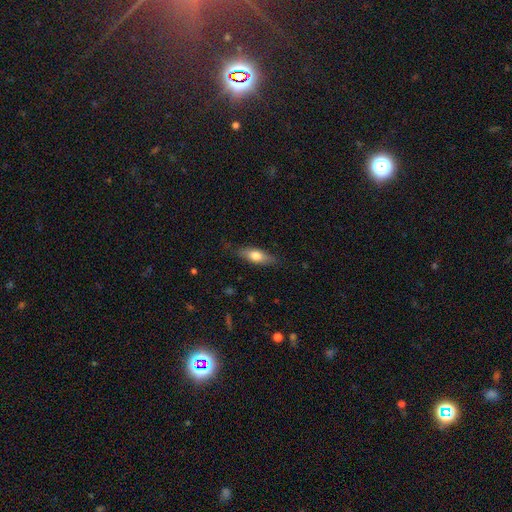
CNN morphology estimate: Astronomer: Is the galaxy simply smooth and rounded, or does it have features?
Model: smooth — 67%.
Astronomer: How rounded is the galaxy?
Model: in between — 62%.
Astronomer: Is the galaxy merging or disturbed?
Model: none — 81%.